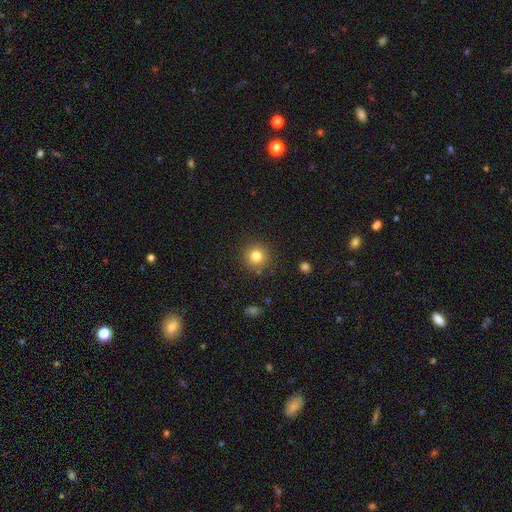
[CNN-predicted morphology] Q: Smooth or featured?
A: smooth (81%); runner-up: star or artifact (12%)
Q: How rounded?
A: round (94%); runner-up: in between (5%)
Q: Merging?
A: none (88%); runner-up: minor disturbance (7%)